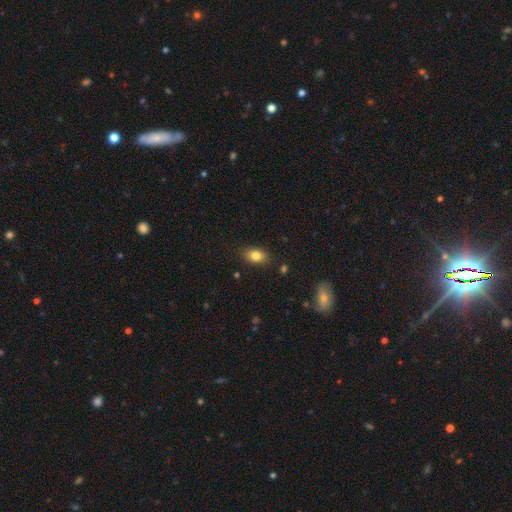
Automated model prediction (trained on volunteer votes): This appears to be a smooth galaxy with no disk features (82%) that is in between round and cigar-shaped (84%). Merging: none (85%).